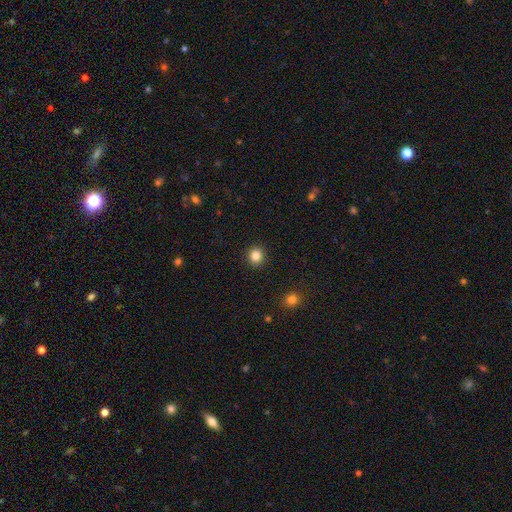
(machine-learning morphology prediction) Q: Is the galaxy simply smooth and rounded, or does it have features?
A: smooth — 85%.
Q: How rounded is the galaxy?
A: round — 90%.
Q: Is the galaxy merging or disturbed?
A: none — 92%.